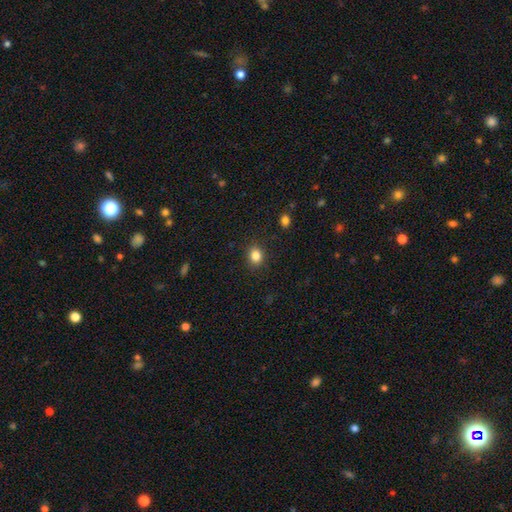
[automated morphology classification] This appears to be a smooth galaxy with no disk features (85%) that is round (59%). Merging: none (89%).